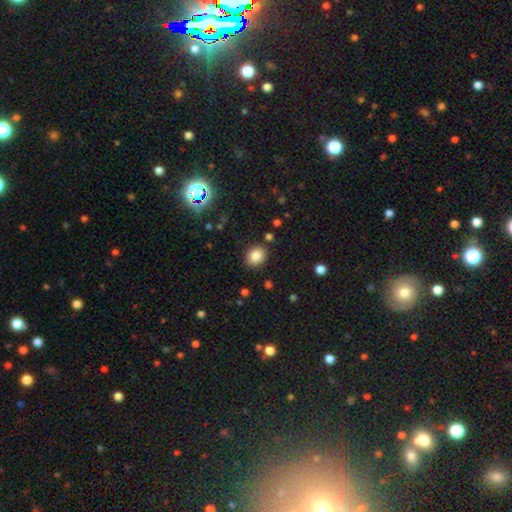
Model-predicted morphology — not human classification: A smooth galaxy with no disk features (86%) that is round (52%).

Vote fractions:
- Smooth or featured? smooth: 86% / star or artifact: 10% / featured or disk: 5%
- How rounded? round: 52% / in between: 47% / cigar-shaped: 1%
- Merging? none: 86% / minor disturbance: 10% / major disturbance: 3% / merger: 2%